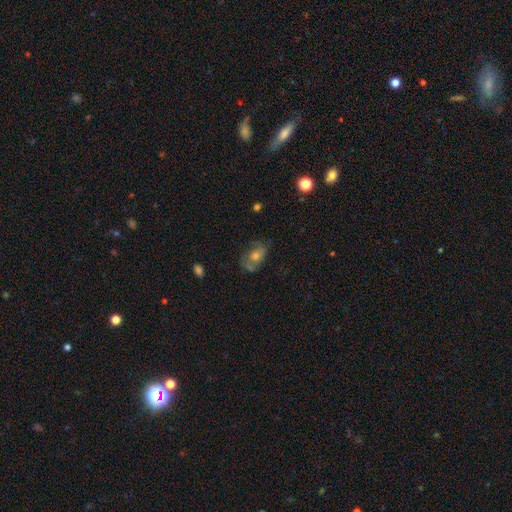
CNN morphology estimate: Smooth or featured? smooth (46%)
Merging? none (52%)